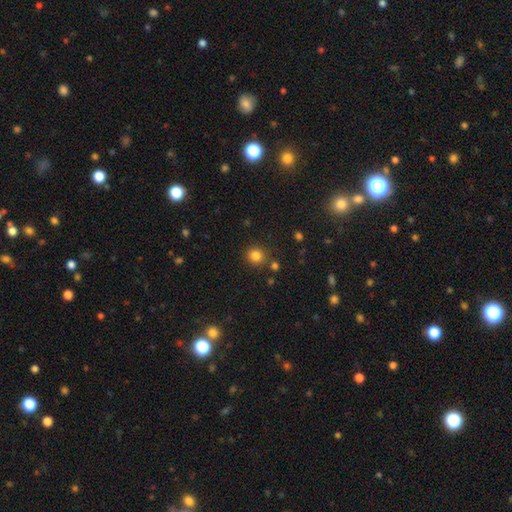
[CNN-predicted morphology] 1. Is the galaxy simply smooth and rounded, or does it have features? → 82% smooth, 13% star or artifact, 5% featured or disk.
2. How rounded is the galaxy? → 90% round, 9% in between, 1% cigar-shaped.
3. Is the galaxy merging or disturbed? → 84% none, 8% minor disturbance, 5% merger, 3% major disturbance.